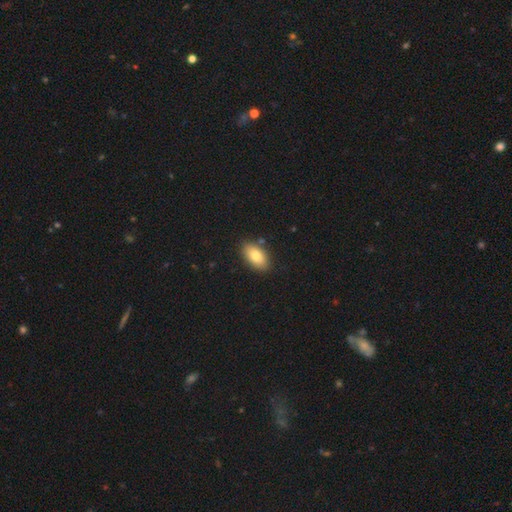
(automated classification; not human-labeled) smooth-or-featured: smooth: 81% | featured or disk: 12% | star or artifact: 7%
  how-rounded: in between: 92% | round: 5% | cigar-shaped: 3%
  merging: none: 85% | minor disturbance: 10% | merger: 3% | major disturbance: 2%